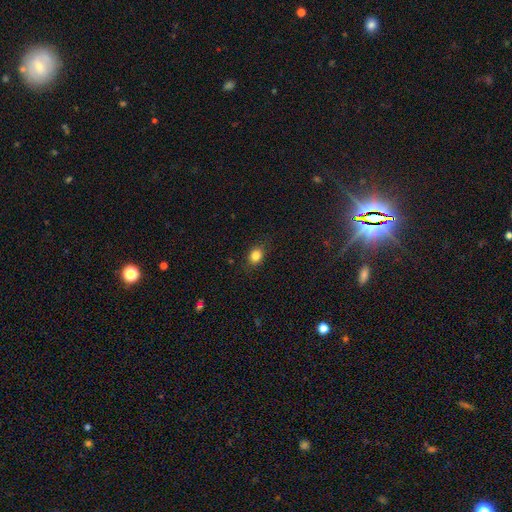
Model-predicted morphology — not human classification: A smooth galaxy with no disk features (84%) that is in between round and cigar-shaped (54%).

Vote fractions:
- Smooth or featured? smooth: 84% / star or artifact: 10% / featured or disk: 6%
- How rounded? in between: 54% / round: 44% / cigar-shaped: 1%
- Merging? none: 85% / minor disturbance: 11% / major disturbance: 3% / merger: 1%